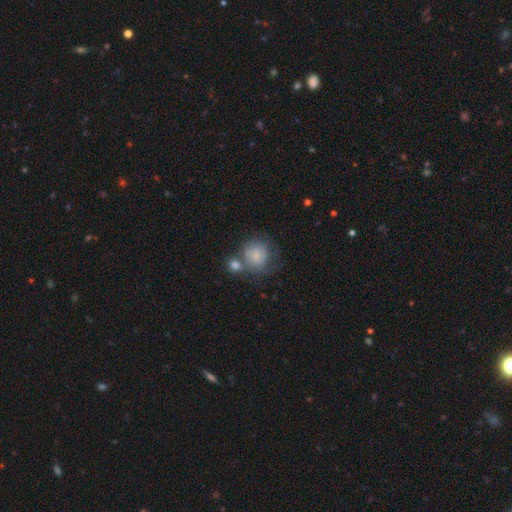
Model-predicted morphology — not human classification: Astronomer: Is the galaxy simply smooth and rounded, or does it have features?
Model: smooth — 70%.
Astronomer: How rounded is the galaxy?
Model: round — 85%.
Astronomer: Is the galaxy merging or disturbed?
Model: none — 44% (runner-up: merger, 26%).